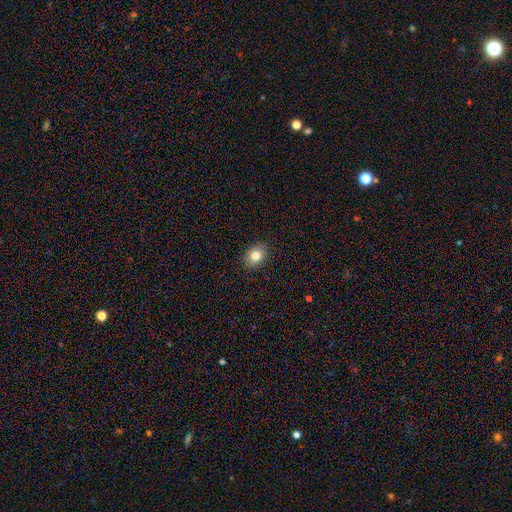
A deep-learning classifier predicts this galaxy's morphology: smooth_or_featured: smooth (p=0.83) [alt: star or artifact p=0.09]
how_rounded: in between (p=0.67) [alt: round p=0.32]
merging: none (p=0.89) [alt: minor disturbance p=0.08]